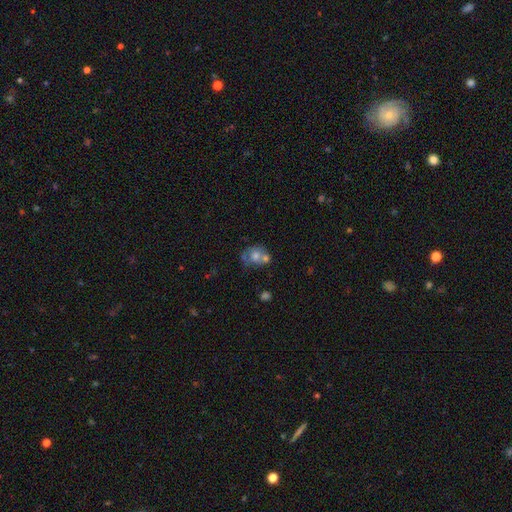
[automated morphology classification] Smooth or featured: smooth — 57% (featured or disk — 31%)
How rounded: round — 61% (in between — 38%)
Merging: merger — 46% (none — 31%)